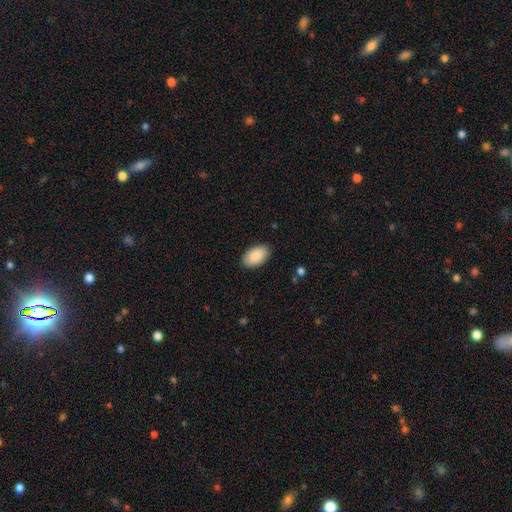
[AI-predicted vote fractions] smooth 90%, star or artifact 6%, featured or disk 4%. Down the decision tree: how rounded — in between (95%); merging — none (88%).